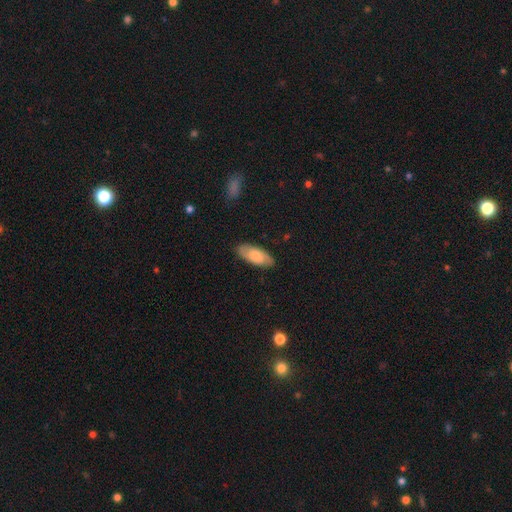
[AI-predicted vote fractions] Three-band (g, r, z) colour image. It shows a smooth galaxy with no disk features (72%) that is in between round and cigar-shaped (84%). Merging: none (86%).